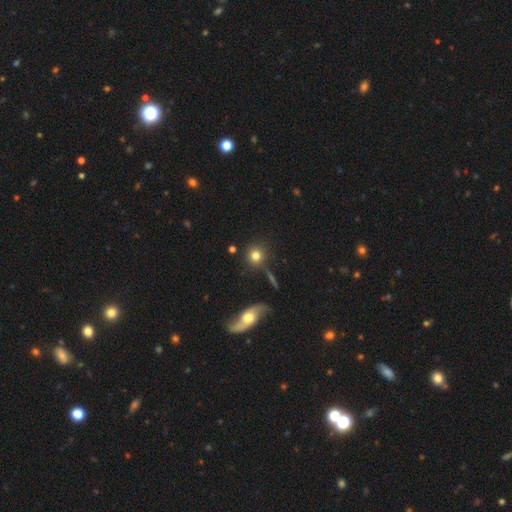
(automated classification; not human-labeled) A smooth galaxy with no disk features (78%) that is round (91%). Merging: none (79%).